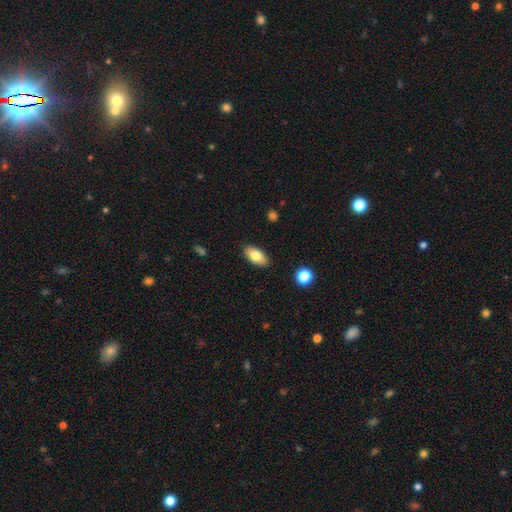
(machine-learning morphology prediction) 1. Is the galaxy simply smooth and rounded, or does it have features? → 78% smooth, 15% featured or disk, 7% star or artifact.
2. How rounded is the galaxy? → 91% in between, 6% cigar-shaped, 3% round.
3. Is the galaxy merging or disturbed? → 88% none, 9% minor disturbance, 2% major disturbance, 1% merger.